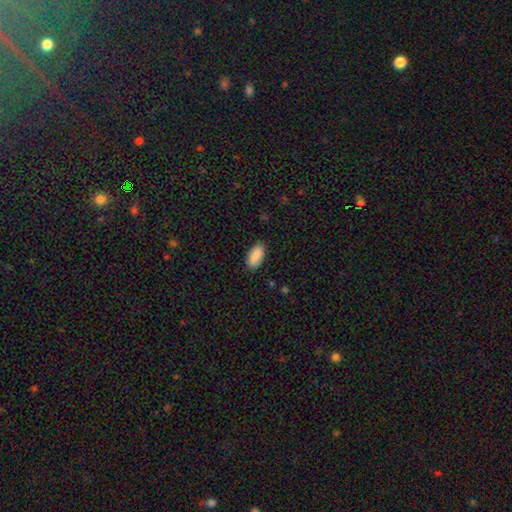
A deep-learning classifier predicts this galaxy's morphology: This is clearly a smooth galaxy (88%). How rounded: clearly in between (88%). Merging: clearly none (86%).